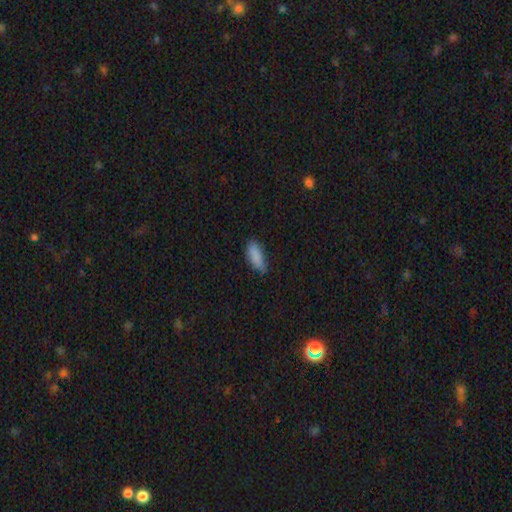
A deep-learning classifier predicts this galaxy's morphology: Smooth or featured? smooth (86%)
How rounded? in between (77%)
Merging? none (66%)